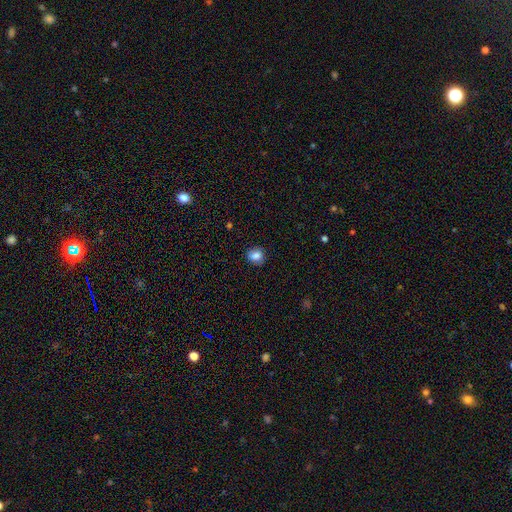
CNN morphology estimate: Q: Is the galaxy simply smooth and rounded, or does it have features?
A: smooth — 83%.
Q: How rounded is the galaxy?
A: round — 73%.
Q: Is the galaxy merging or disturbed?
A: none — 85%.